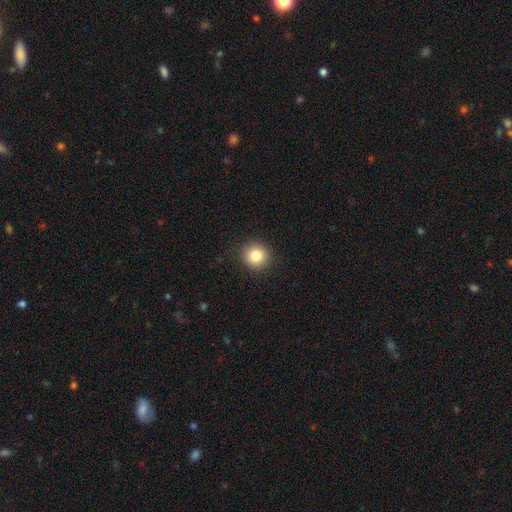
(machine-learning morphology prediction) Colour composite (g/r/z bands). It shows a smooth galaxy with no disk features (83%) that is round (92%). Merging: none (91%).